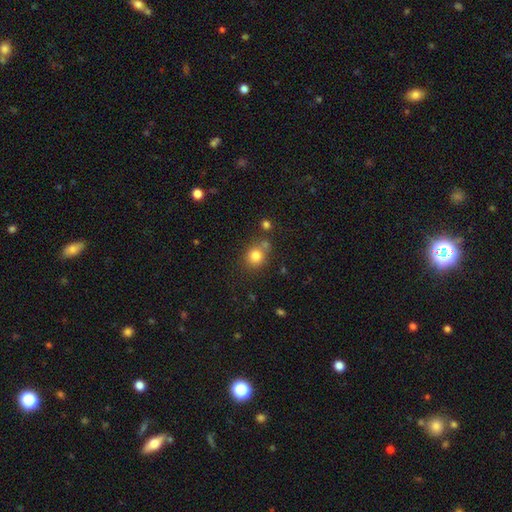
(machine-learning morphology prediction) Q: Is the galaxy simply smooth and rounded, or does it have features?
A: smooth — 81%.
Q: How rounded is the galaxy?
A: round — 82%.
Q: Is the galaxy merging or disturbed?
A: none — 66%.